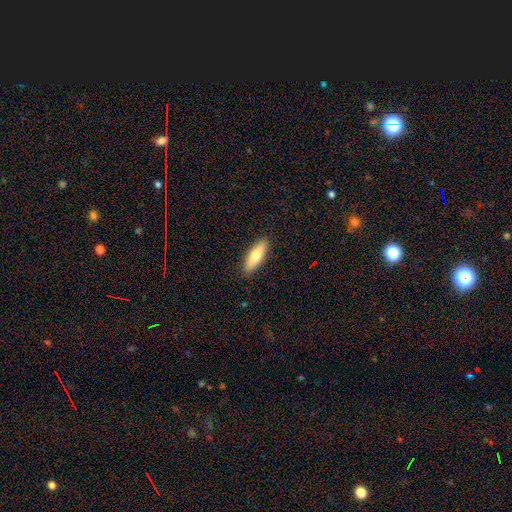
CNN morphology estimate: The model was most divided on "how rounded": in between: 56%, cigar-shaped: 42%, round: 2%. More confident: merging — none (89%); smooth or featured — smooth (70%).